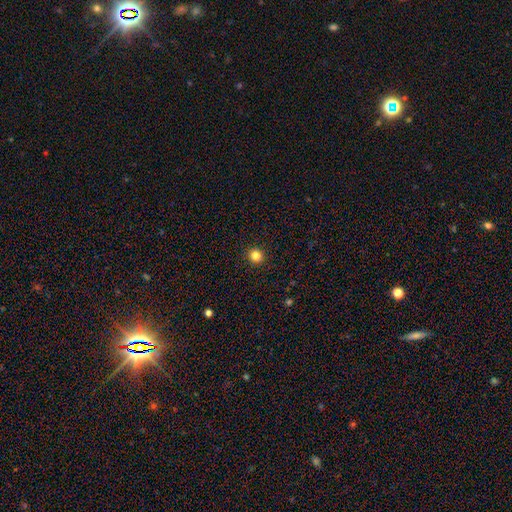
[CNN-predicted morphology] A smooth galaxy with no disk features (83%) that is round (91%).

Vote fractions:
- Smooth or featured? smooth: 83% / star or artifact: 13% / featured or disk: 5%
- How rounded? round: 91% / in between: 8% / cigar-shaped: 1%
- Merging? none: 93% / minor disturbance: 4% / major disturbance: 2% / merger: 1%